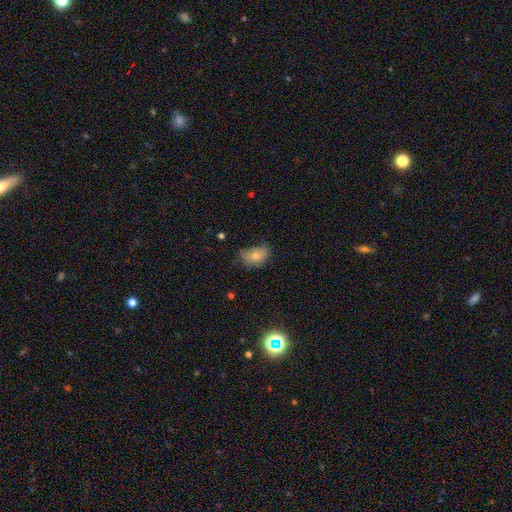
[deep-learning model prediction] Smooth or featured?
  - smooth: 73% *
  - featured or disk: 17%
  - star or artifact: 10%
How rounded?
  - in between: 84% *
  - round: 14%
  - cigar-shaped: 2%
Merging?
  - none: 48% *
  - minor disturbance: 37%
  - major disturbance: 14%
  - merger: 2%